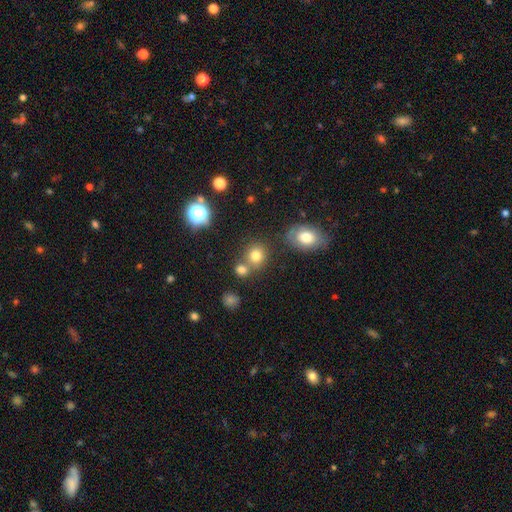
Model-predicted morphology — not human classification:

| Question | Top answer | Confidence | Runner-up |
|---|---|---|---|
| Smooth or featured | smooth | 76% | star or artifact (15%) |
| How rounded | round | 79% | in between (20%) |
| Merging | none | 63% | merger (23%) |